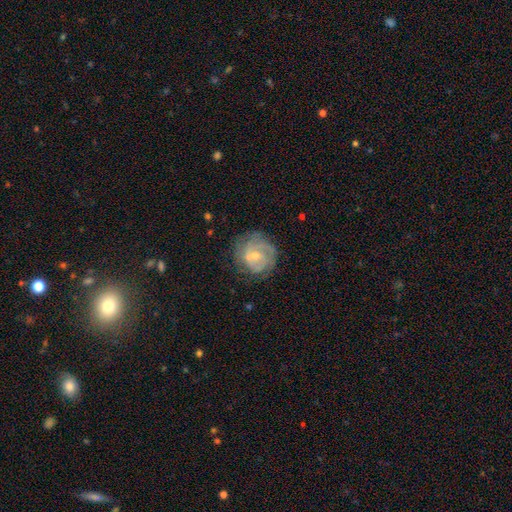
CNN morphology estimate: smooth-or-featured: featured or disk: 68% | smooth: 21% | star or artifact: 11%
  disk-edge-on: no: 98% | yes: 2%
    bar: weak: 46% | no: 43% | strong: 11%
    has-spiral-arms: yes: 83% | no: 17%
      spiral-winding: tight: 64% | medium: 27% | loose: 9%
      spiral-arm-count: can't tell: 41% | 2: 30% | 3: 14% | 1: 7% | 4: 5% | more than 4: 4%
    bulge-size: small: 59% | moderate: 32% | none: 6% | large: 2% | dominant: 1%
  merging: none: 73% | minor disturbance: 17% | major disturbance: 8% | merger: 2%